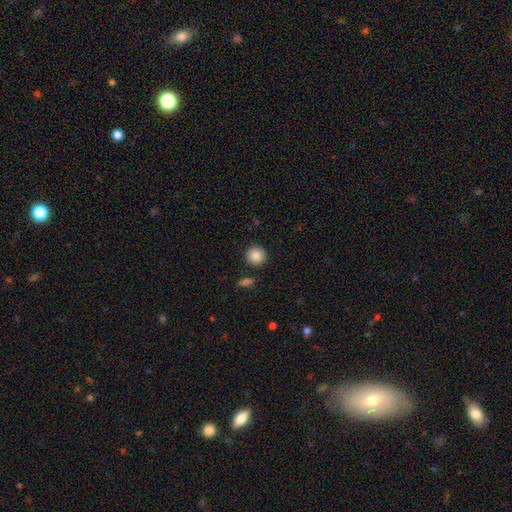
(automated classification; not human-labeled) The model was most divided on "smooth or featured": smooth: 87%, star or artifact: 8%, featured or disk: 4%. More confident: how rounded — round (93%); merging — none (90%).